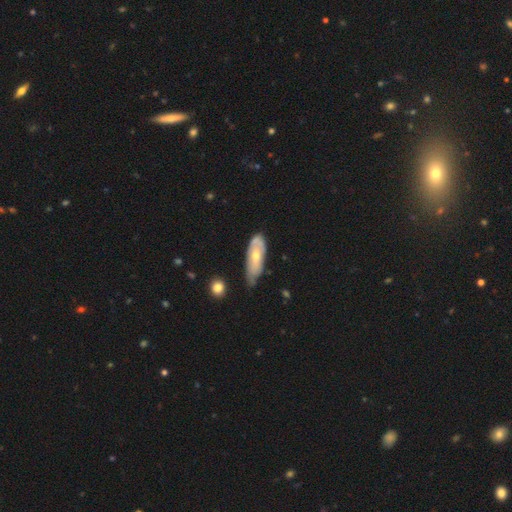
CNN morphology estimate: Smooth or featured?
  - featured or disk: 52% *
  - smooth: 42%
  - star or artifact: 6%
Edge-on disk?
  - no: 78% *
  - yes: 22%
Merging?
  - none: 54% *
  - minor disturbance: 35%
  - major disturbance: 8%
  - merger: 3%